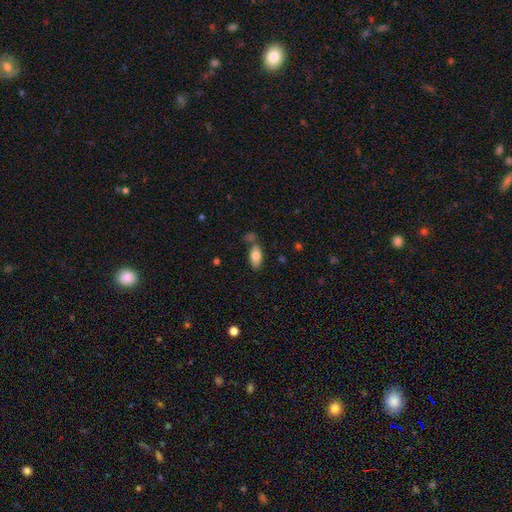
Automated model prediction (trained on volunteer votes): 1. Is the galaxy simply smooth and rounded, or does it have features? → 78% smooth, 15% featured or disk, 7% star or artifact.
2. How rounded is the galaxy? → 90% in between, 7% cigar-shaped, 3% round.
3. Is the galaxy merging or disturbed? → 65% none, 16% minor disturbance, 14% merger, 5% major disturbance.